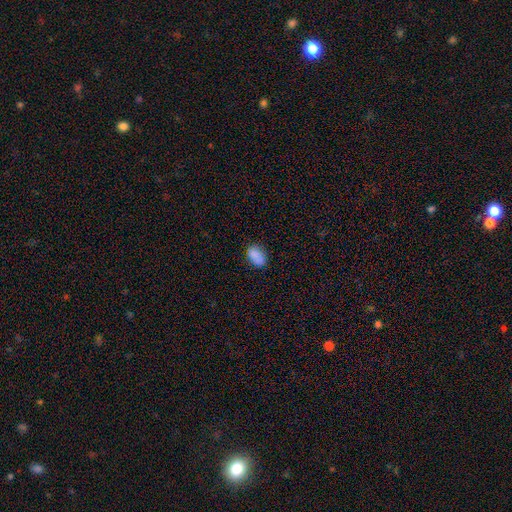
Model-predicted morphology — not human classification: This is clearly a smooth galaxy (85%). How rounded: clearly in between (88%). Merging: likely none (74%).